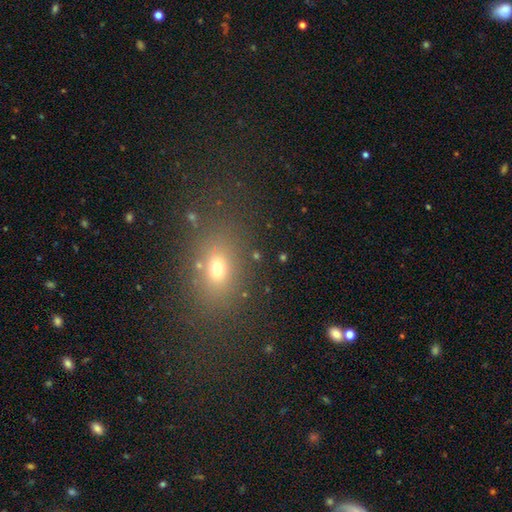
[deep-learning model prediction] Smooth or featured?
  - smooth: 62% *
  - star or artifact: 24%
  - featured or disk: 14%
How rounded?
  - in between: 71% *
  - round: 25%
  - cigar-shaped: 4%
Merging?
  - none: 77% *
  - minor disturbance: 11%
  - major disturbance: 7%
  - merger: 5%